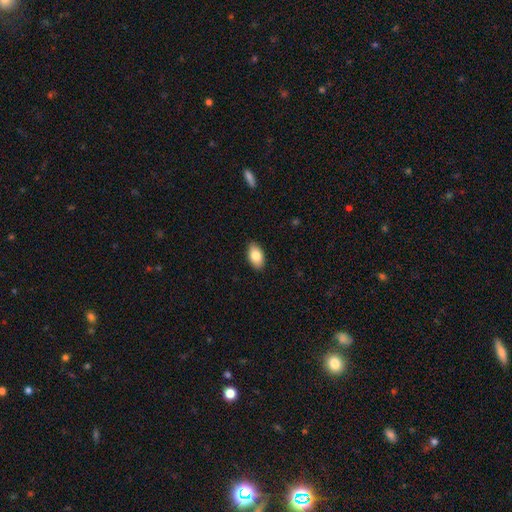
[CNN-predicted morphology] Overall: smooth (83%). How rounded: in between (93%). Merging: none (88%).